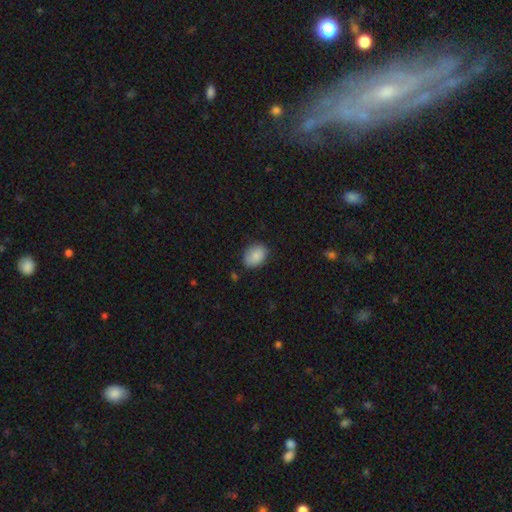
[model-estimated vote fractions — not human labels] A smooth galaxy with no disk features (87%) that is in between round and cigar-shaped (66%).

Vote fractions:
- Smooth or featured? smooth: 87% / star or artifact: 7% / featured or disk: 5%
- How rounded? in between: 66% / round: 33% / cigar-shaped: 1%
- Merging? none: 79% / minor disturbance: 17% / major disturbance: 3% / merger: 2%